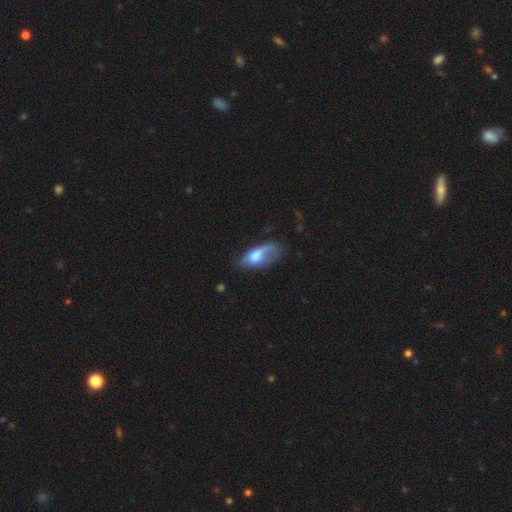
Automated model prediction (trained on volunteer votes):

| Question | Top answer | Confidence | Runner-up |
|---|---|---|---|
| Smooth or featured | smooth | 54% | featured or disk (39%) |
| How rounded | in between | 87% | cigar-shaped (8%) |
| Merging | none | 36% | major disturbance (31%) |